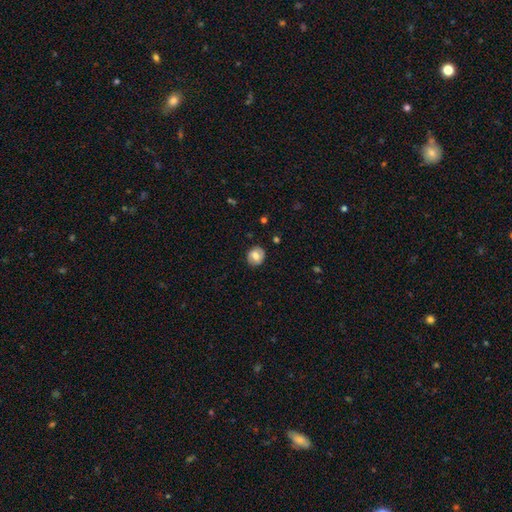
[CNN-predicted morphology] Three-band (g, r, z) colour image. It shows a smooth galaxy with no disk features (61%) that is round (72%). Merging: none (84%).